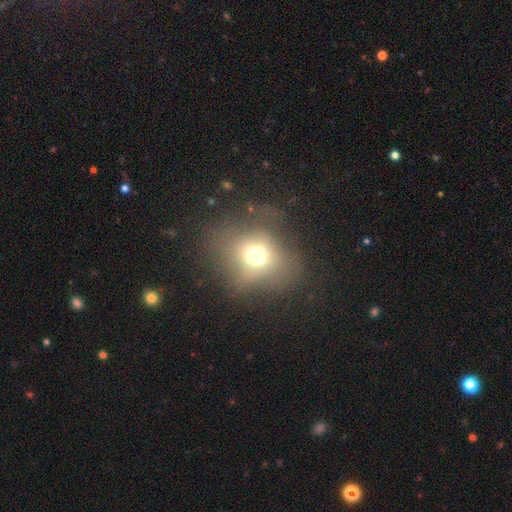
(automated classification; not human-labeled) Morphology: type=smooth (62%); roundness=round (66%); merging=none (50%).